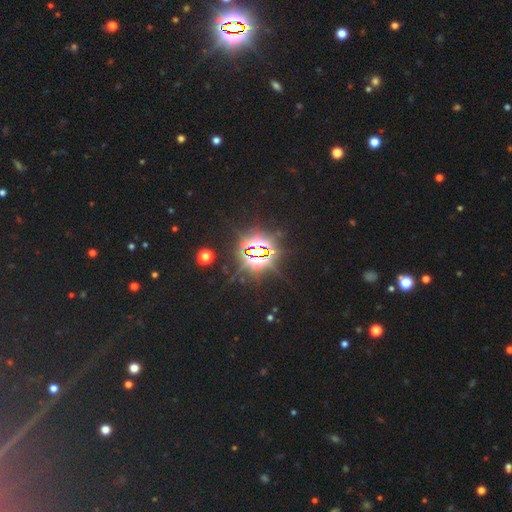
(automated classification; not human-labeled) Morphology: type=star or artifact (85%).